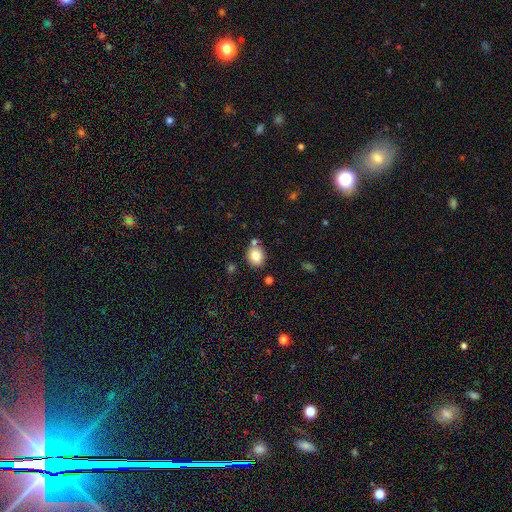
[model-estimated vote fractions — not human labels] Morphology: type=smooth (83%); roundness=round (56%); merging=none (75%).